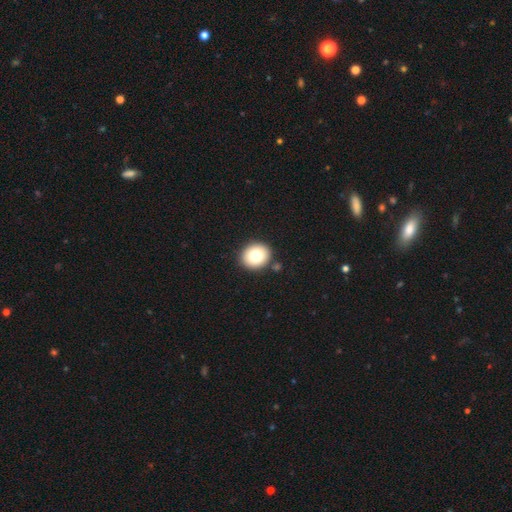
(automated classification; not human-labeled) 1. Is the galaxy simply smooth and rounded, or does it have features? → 79% smooth, 11% featured or disk, 9% star or artifact.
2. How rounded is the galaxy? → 74% round, 25% in between, 1% cigar-shaped.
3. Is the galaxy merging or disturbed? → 87% none, 7% minor disturbance, 4% merger, 2% major disturbance.